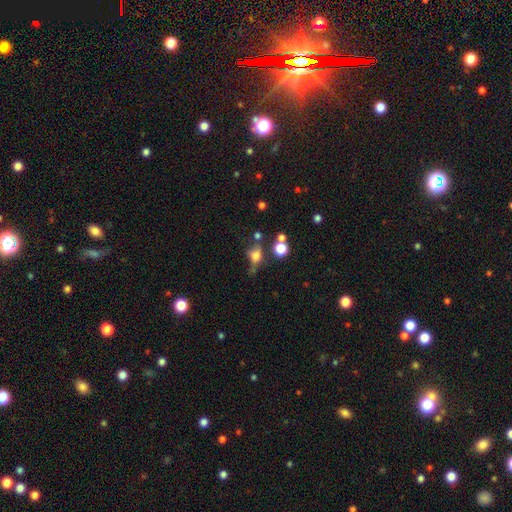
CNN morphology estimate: smooth_or_featured: smooth (p=0.69) [alt: star or artifact p=0.17]
how_rounded: round (p=0.54) [alt: in between p=0.44]
merging: none (p=0.50) [alt: minor disturbance p=0.23]